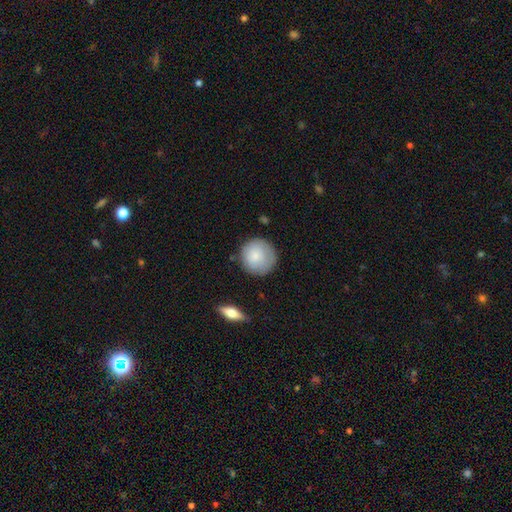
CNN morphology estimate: Smooth or featured: smooth — 83% (featured or disk — 11%)
How rounded: round — 93% (in between — 6%)
Merging: none — 79% (minor disturbance — 15%)